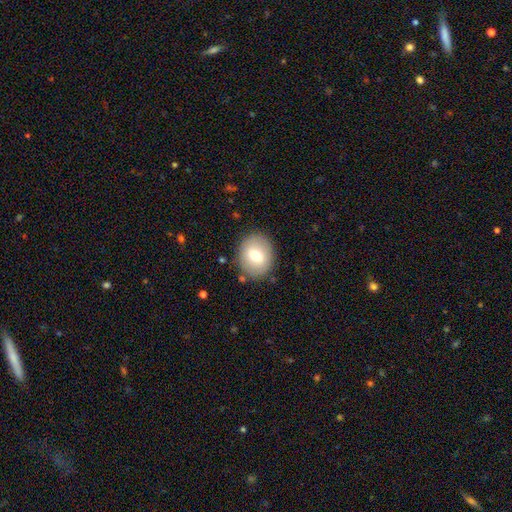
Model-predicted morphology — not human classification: smooth-or-featured: smooth: 71% | featured or disk: 21% | star or artifact: 8%
  how-rounded: round: 62% | in between: 37% | cigar-shaped: 1%
  merging: none: 85% | minor disturbance: 10% | major disturbance: 3% | merger: 2%